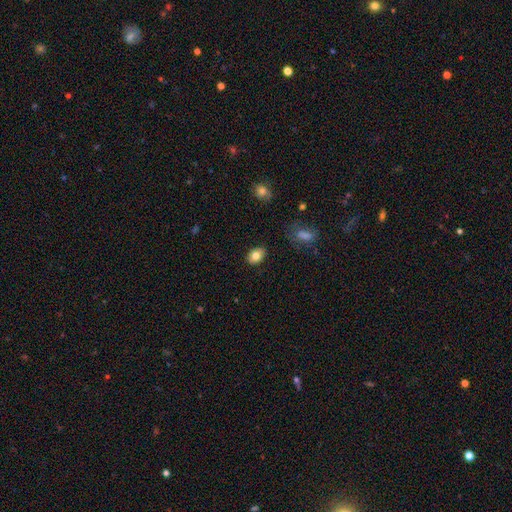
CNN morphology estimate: Smooth or featured? Predicted: smooth (p=0.80). How rounded? Predicted: in between (p=0.78). Merging? Predicted: none (p=0.85).